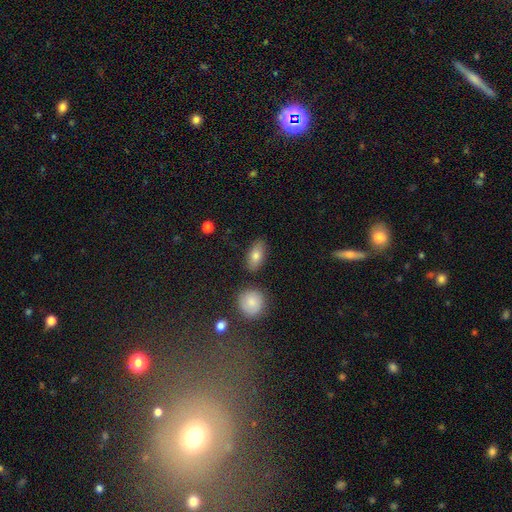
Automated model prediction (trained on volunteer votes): smooth-or-featured: smooth: 78% | featured or disk: 14% | star or artifact: 8%
  how-rounded: in between: 86% | cigar-shaped: 7% | round: 7%
  merging: none: 83% | minor disturbance: 10% | merger: 4% | major disturbance: 3%